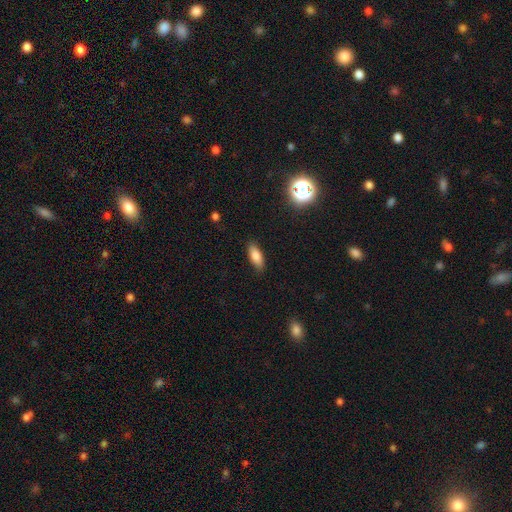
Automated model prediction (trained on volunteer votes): A smooth galaxy with no disk features (82%) that is in between round and cigar-shaped (74%). Merging: none (87%).